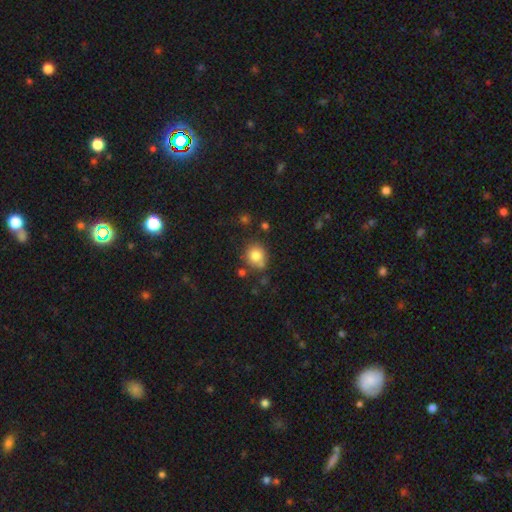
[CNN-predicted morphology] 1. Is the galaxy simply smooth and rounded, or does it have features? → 81% smooth, 10% star or artifact, 9% featured or disk.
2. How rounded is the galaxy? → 73% round, 26% in between, 1% cigar-shaped.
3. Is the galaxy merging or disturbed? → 66% none, 19% minor disturbance, 10% merger, 5% major disturbance.